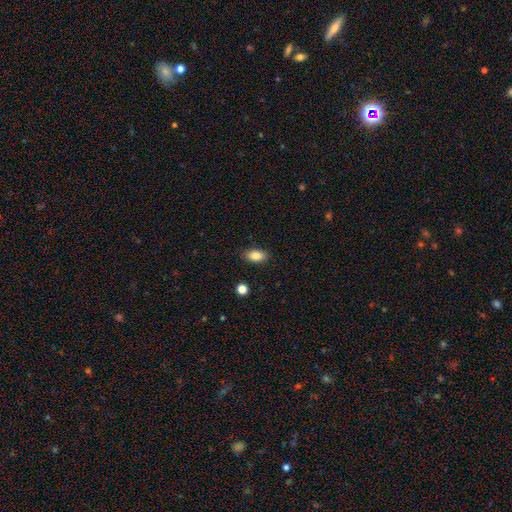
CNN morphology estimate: Smooth or featured? Predicted: smooth (p=0.85). How rounded? Predicted: in between (p=0.90). Merging? Predicted: none (p=0.87).